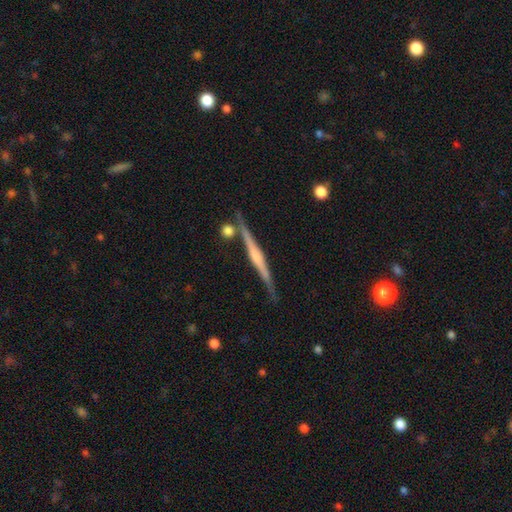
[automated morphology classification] This appears to be a featured or disk galaxy (76%) viewed edge-on (98%) with a rounded central bulge (56%). Merging: none (83%).